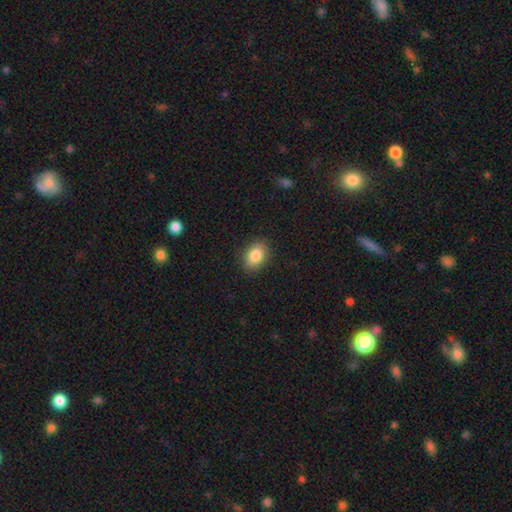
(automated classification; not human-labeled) Smooth or featured? Predicted: smooth (p=0.85). How rounded? Predicted: in between (p=0.78). Merging? Predicted: none (p=0.88).